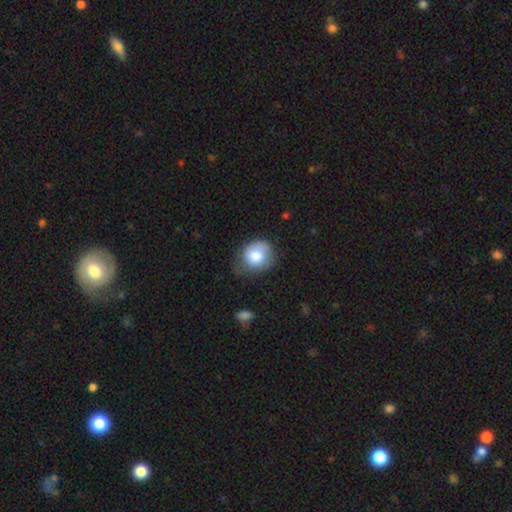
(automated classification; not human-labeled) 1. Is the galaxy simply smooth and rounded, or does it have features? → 79% smooth, 14% featured or disk, 8% star or artifact.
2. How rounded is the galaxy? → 72% round, 27% in between, 1% cigar-shaped.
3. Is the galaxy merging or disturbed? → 50% none, 35% minor disturbance, 12% major disturbance, 2% merger.